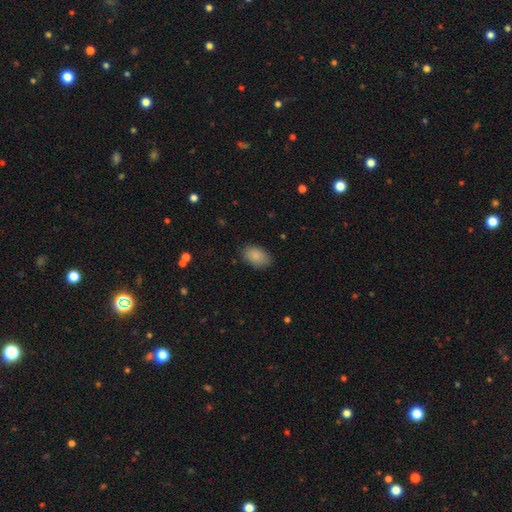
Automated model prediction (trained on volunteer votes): Q: Smooth or featured?
A: smooth (88%); runner-up: star or artifact (7%)
Q: How rounded?
A: in between (91%); runner-up: round (7%)
Q: Merging?
A: none (84%); runner-up: minor disturbance (12%)